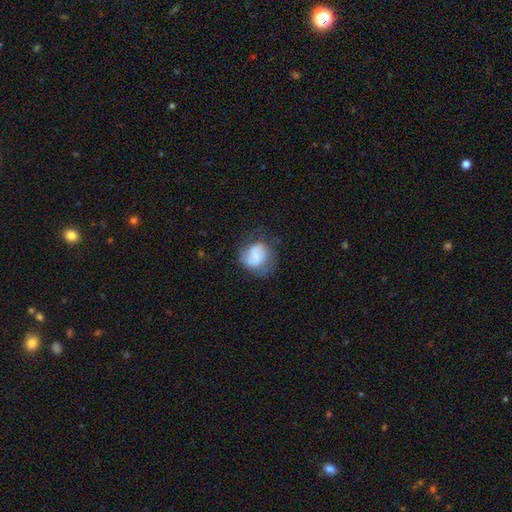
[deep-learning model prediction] Smooth or featured: smooth — 49% (featured or disk — 43%)
Merging: none — 55% (minor disturbance — 25%)